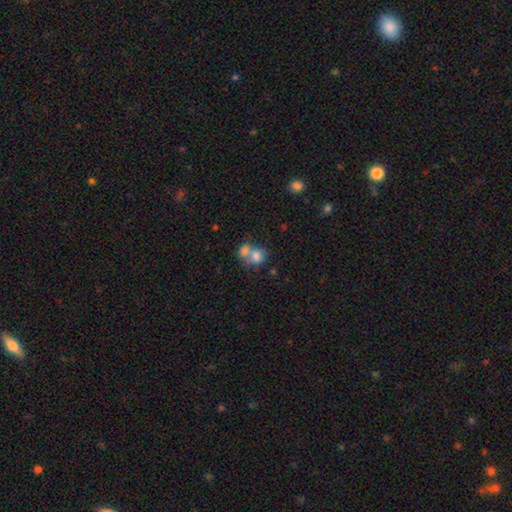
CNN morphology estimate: type=smooth (76%); roundness=round (54%); merging=merger (66%).